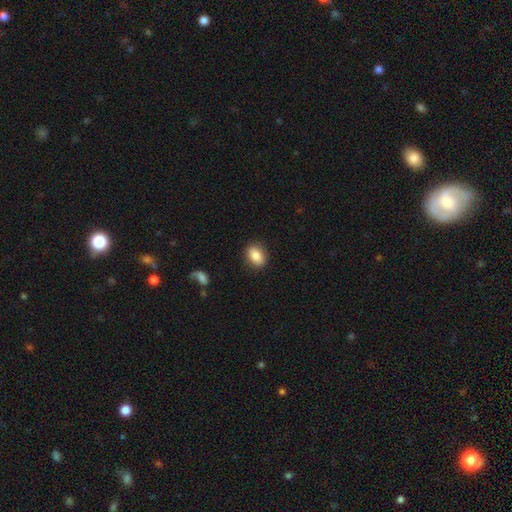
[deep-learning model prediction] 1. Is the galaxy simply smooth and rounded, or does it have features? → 86% smooth, 8% star or artifact, 6% featured or disk.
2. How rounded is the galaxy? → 79% in between, 19% round, 2% cigar-shaped.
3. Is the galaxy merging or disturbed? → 87% none, 9% minor disturbance, 3% major disturbance, 1% merger.